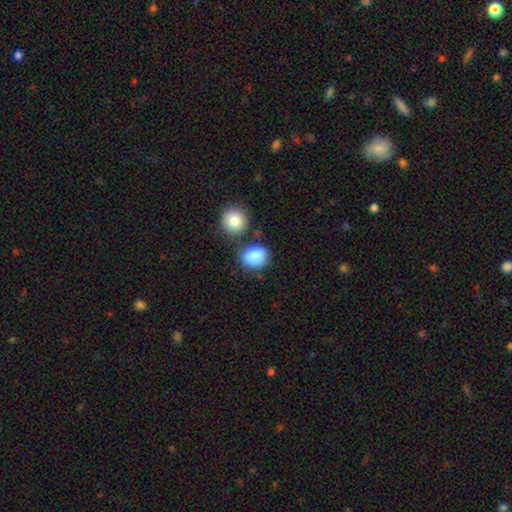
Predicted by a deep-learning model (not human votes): Smooth or featured: smooth — 86% (star or artifact — 8%)
How rounded: round — 55% (in between — 44%)
Merging: none — 64% (minor disturbance — 16%)